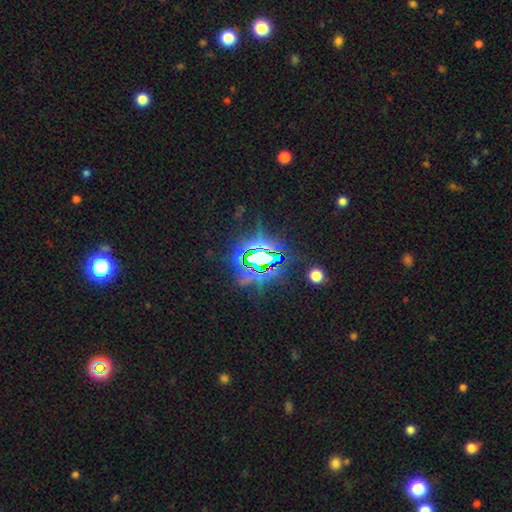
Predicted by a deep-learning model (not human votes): This appears to be a star or artifact, not a galaxy (79%).